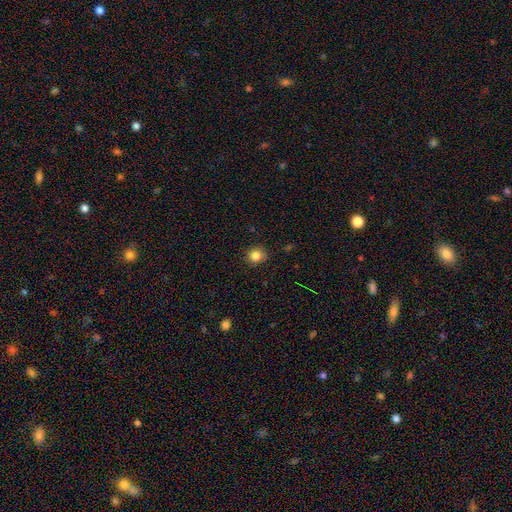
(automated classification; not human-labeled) A smooth galaxy with no disk features (83%) that is round (87%).

Vote fractions:
- Smooth or featured? smooth: 83% / star or artifact: 11% / featured or disk: 5%
- How rounded? round: 87% / in between: 12% / cigar-shaped: 1%
- Merging? none: 88% / minor disturbance: 9% / major disturbance: 2% / merger: 1%